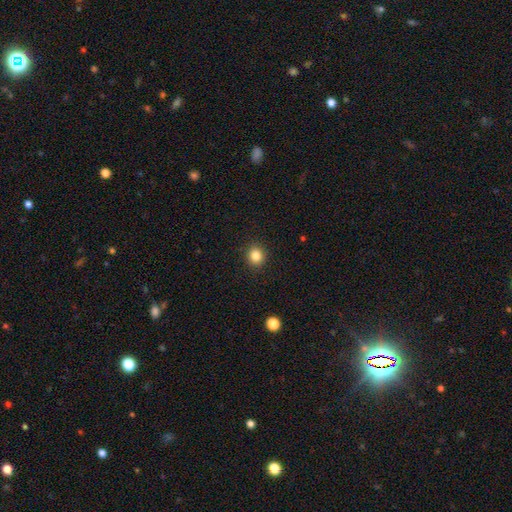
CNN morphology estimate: type=smooth (84%); roundness=round (85%); merging=none (91%).